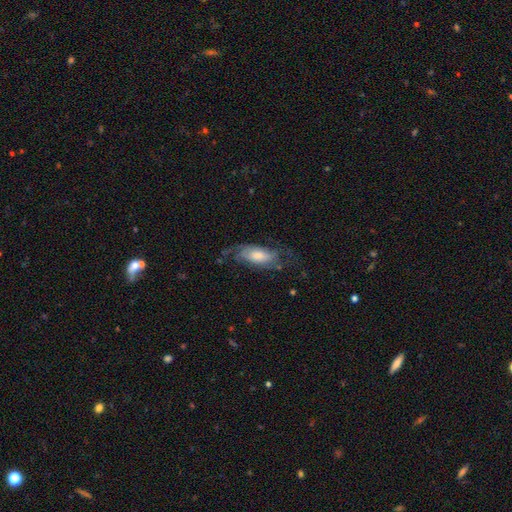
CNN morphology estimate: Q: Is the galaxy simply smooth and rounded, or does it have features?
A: featured or disk — 63%.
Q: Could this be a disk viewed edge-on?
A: no — 84%.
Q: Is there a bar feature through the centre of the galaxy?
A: no — 64%.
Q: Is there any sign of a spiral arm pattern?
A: yes — 85%.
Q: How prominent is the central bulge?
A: moderate — 44%.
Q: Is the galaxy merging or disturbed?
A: none — 58%.